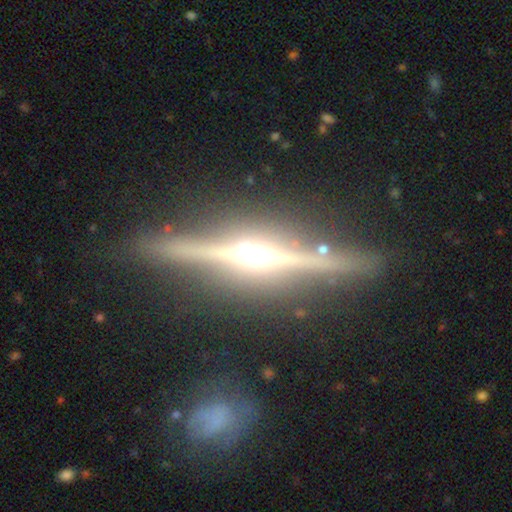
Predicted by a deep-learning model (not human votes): Q: Smooth or featured?
A: featured or disk (89%); runner-up: smooth (6%)
Q: Edge-on disk?
A: yes (98%); runner-up: no (2%)
Q: Edge-on bulge?
A: rounded (92%); runner-up: boxy (5%)
Q: Merging?
A: none (88%); runner-up: minor disturbance (8%)